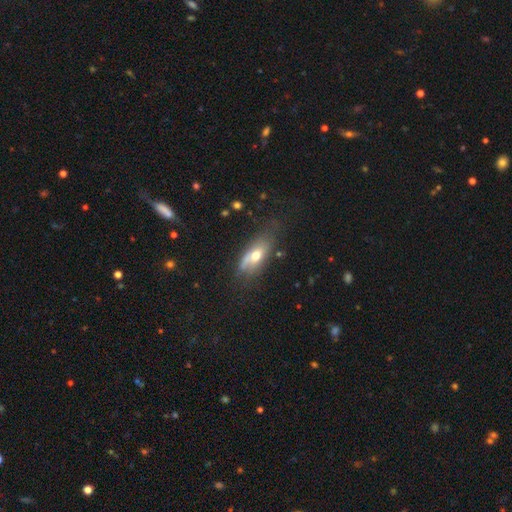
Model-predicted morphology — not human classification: This appears to be a smooth galaxy with no disk features (55%) that is in between round and cigar-shaped (80%). Merging: none (56%).